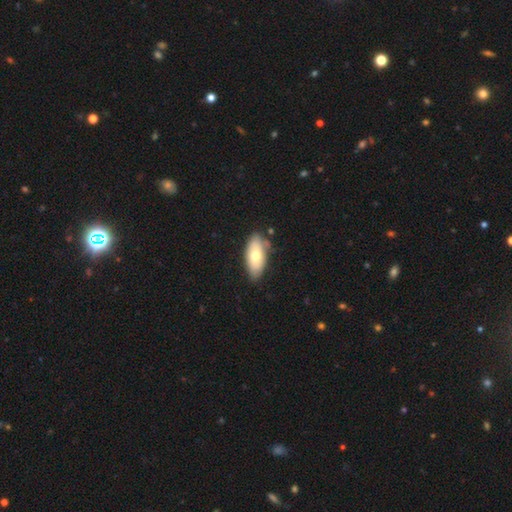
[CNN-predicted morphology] smooth-or-featured: smooth: 66% | featured or disk: 28% | star or artifact: 6%
  how-rounded: in between: 89% | cigar-shaped: 8% | round: 3%
  merging: none: 71% | minor disturbance: 21% | merger: 4% | major disturbance: 4%